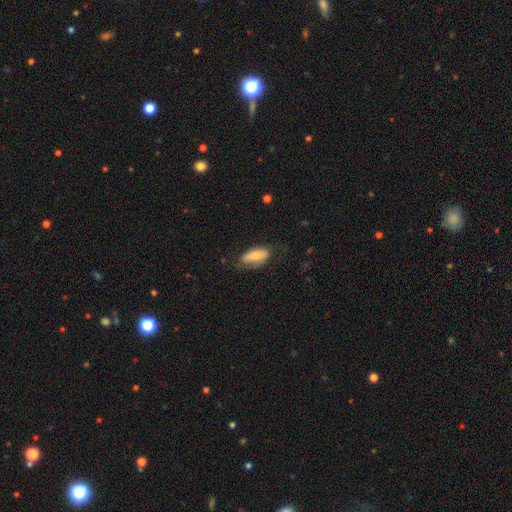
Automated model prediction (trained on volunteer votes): A smooth galaxy with no disk features (69%) that is in between round and cigar-shaped (87%).

Vote fractions:
- Smooth or featured? smooth: 69% / featured or disk: 25% / star or artifact: 7%
- How rounded? in between: 87% / cigar-shaped: 10% / round: 3%
- Merging? none: 66% / minor disturbance: 24% / major disturbance: 8% / merger: 1%